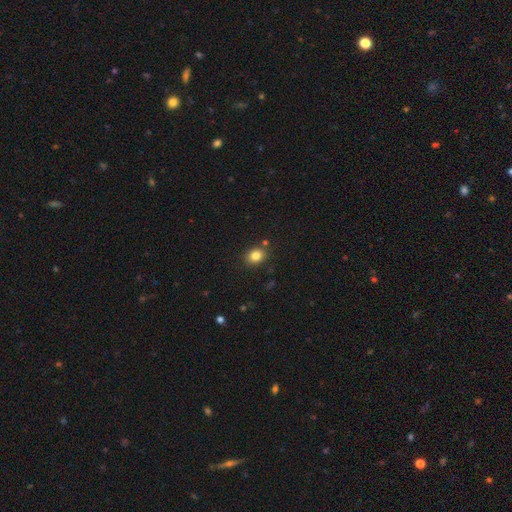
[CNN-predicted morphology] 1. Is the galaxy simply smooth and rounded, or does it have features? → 83% smooth, 11% star or artifact, 6% featured or disk.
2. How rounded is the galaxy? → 52% round, 47% in between, 1% cigar-shaped.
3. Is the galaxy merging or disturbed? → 83% none, 10% minor disturbance, 5% merger, 3% major disturbance.